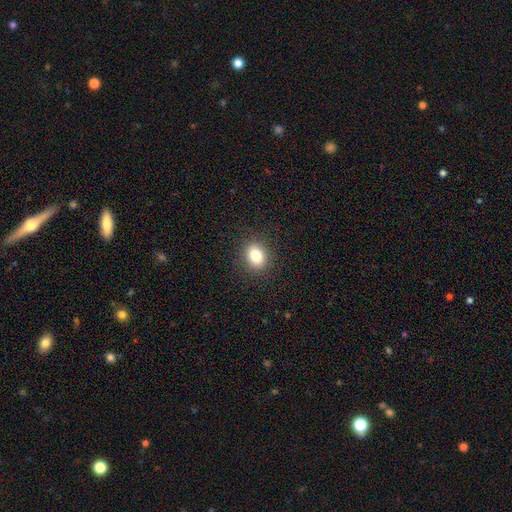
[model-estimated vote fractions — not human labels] Overall: smooth (82%). How rounded: in between (52%; round 47%). Merging: none (89%).